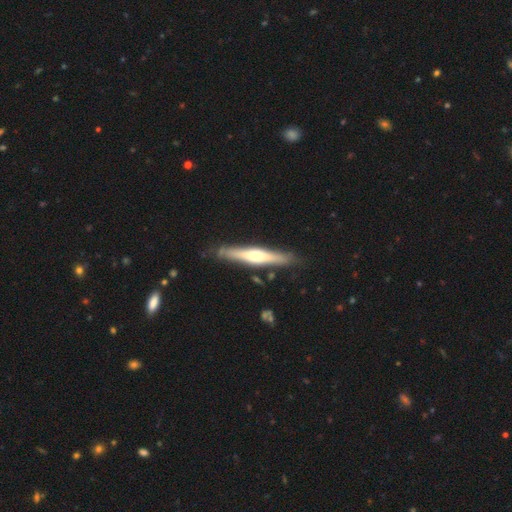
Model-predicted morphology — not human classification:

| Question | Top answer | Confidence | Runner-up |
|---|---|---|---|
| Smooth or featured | featured or disk | 61% | smooth (34%) |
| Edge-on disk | yes | 94% | no (6%) |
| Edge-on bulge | rounded | 77% | none (13%) |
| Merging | none | 83% | minor disturbance (12%) |